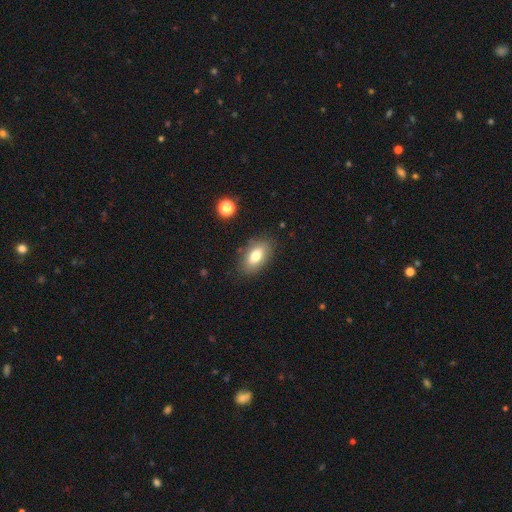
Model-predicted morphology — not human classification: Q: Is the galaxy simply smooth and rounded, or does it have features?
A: smooth — 75%.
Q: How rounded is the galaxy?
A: in between — 90%.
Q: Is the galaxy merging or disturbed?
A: none — 83%.